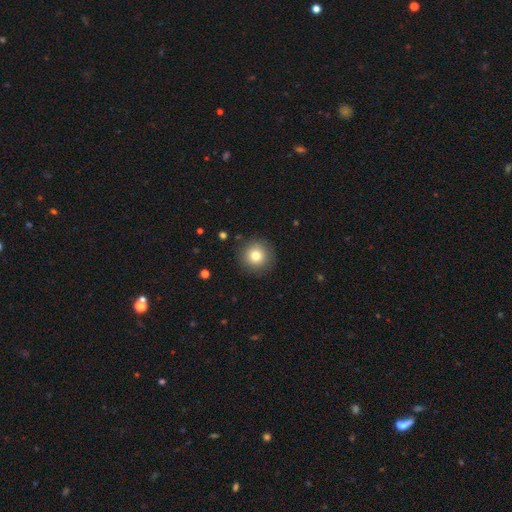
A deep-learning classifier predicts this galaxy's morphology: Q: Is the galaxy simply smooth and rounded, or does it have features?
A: smooth — 79%.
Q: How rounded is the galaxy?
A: round — 95%.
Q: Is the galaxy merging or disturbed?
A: none — 89%.